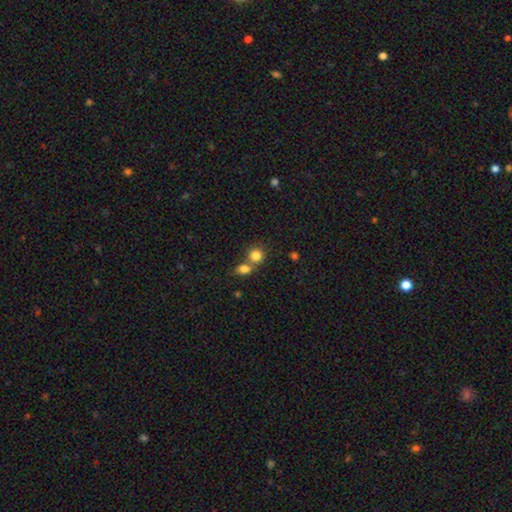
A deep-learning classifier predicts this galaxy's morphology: Smooth or featured: smooth — 82% (star or artifact — 11%)
How rounded: round — 81% (in between — 17%)
Merging: none — 48% (merger — 41%)